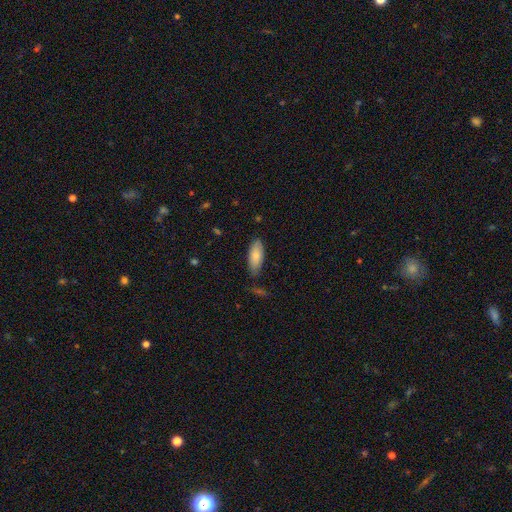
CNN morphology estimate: type=smooth (82%); roundness=in between (79%); merging=none (77%).